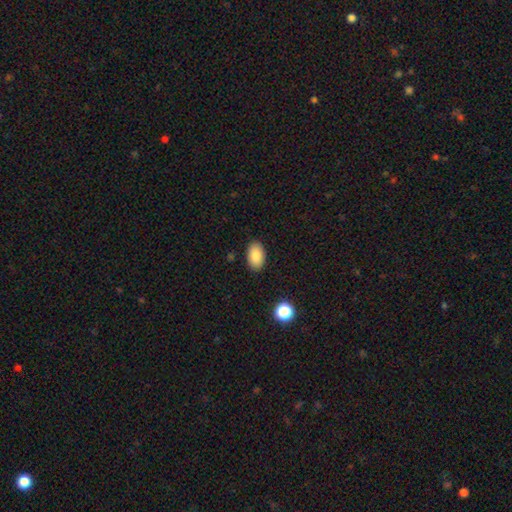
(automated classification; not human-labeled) Smooth or featured: smooth — 86% (star or artifact — 8%)
How rounded: in between — 93% (round — 6%)
Merging: none — 89% (minor disturbance — 8%)